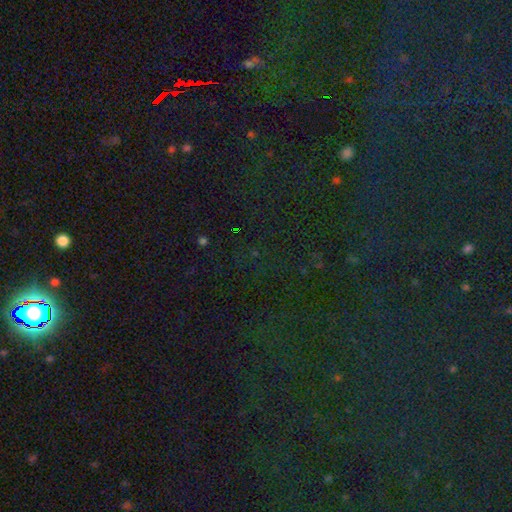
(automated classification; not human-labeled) smooth_or_featured: star or artifact (p=0.82) [alt: smooth p=0.11]